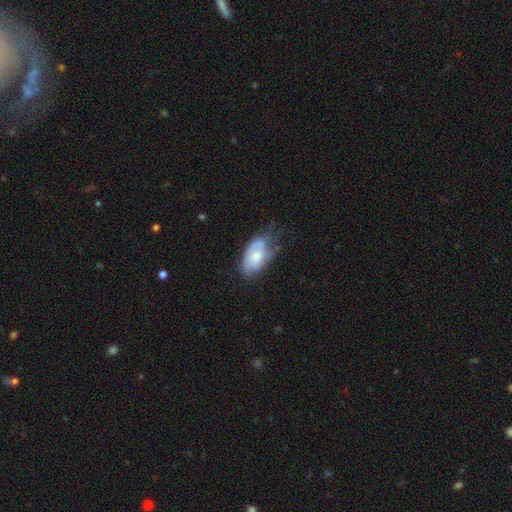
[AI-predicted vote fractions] This is possibly a smooth galaxy (48%). Merging: marginally none (42%).